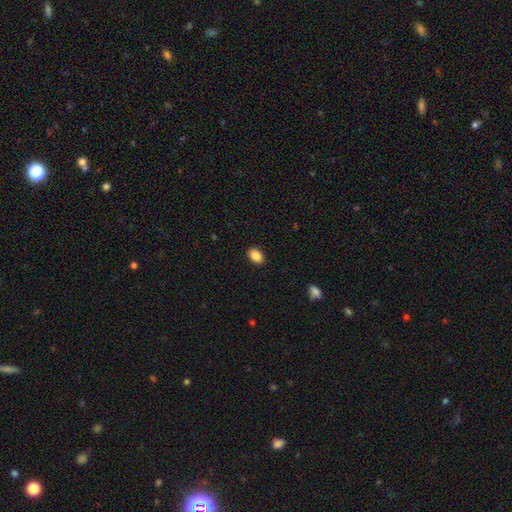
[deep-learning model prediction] Smooth or featured?
  - smooth: 87% *
  - star or artifact: 8%
  - featured or disk: 4%
How rounded?
  - in between: 81% *
  - round: 18%
  - cigar-shaped: 1%
Merging?
  - none: 89% *
  - minor disturbance: 8%
  - major disturbance: 2%
  - merger: 1%